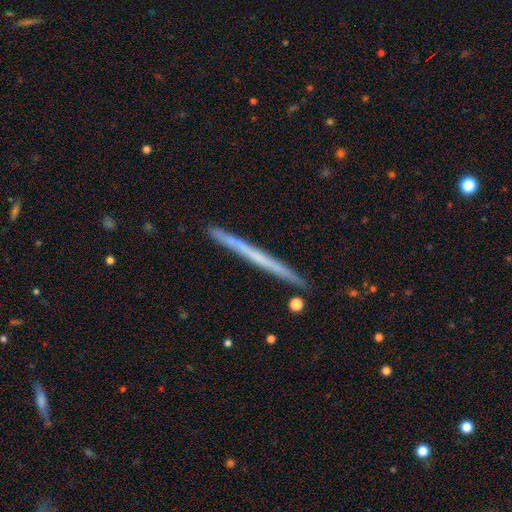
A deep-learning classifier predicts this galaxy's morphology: This is possibly a featured or disk galaxy (52%). It is clearly viewed edge-on (97%). Edge-on bulge: clearly none (91%). Merging: clearly none (91%).